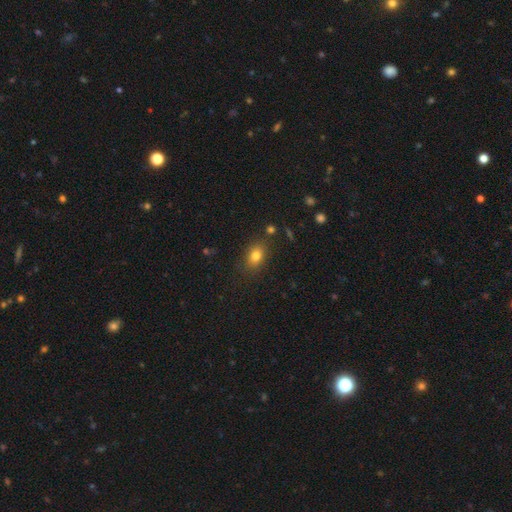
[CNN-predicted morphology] This appears to be a smooth galaxy with no disk features (81%) that is in between round and cigar-shaped (73%). Merging: none (83%).